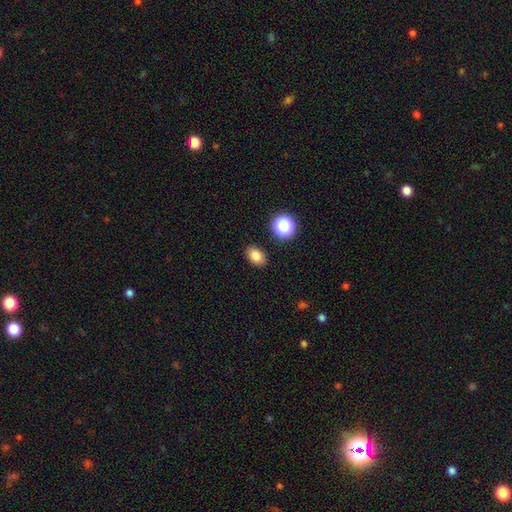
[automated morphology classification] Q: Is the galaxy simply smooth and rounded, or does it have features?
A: smooth — 82%.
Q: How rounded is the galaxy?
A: in between — 80%.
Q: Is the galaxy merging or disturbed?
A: none — 88%.